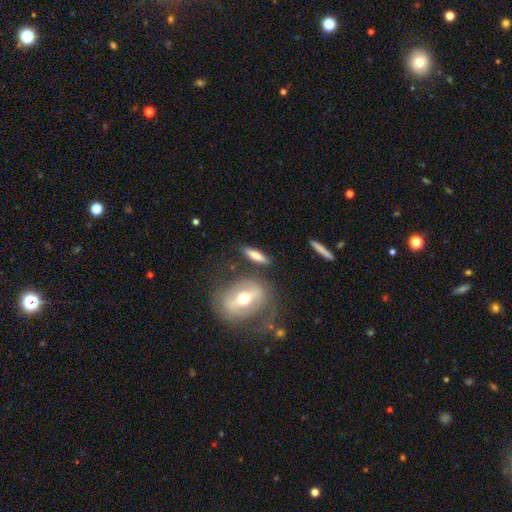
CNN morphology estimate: type=smooth (65%); roundness=cigar-shaped (65%); merging=none (78%).